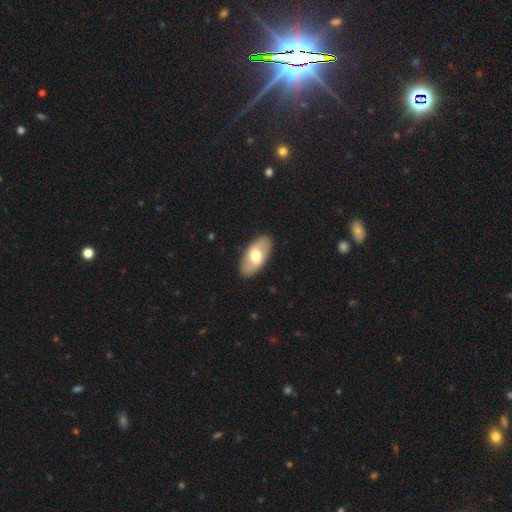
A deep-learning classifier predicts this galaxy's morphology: A smooth galaxy with no disk features (56%) that is in between round and cigar-shaped (92%).

Vote fractions:
- Smooth or featured? smooth: 56% / featured or disk: 39% / star or artifact: 5%
- How rounded? in between: 92% / cigar-shaped: 4% / round: 4%
- Merging? none: 89% / minor disturbance: 8% / major disturbance: 2% / merger: 1%